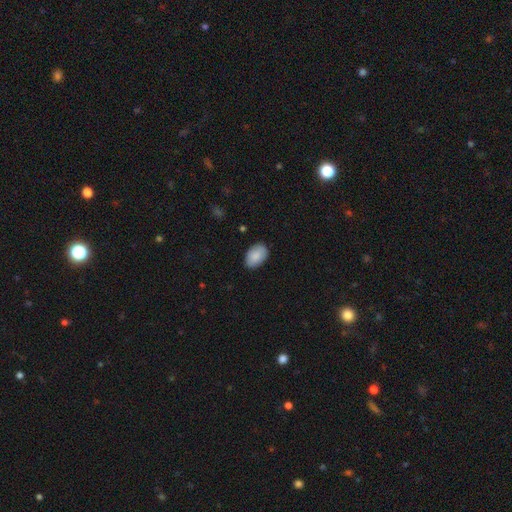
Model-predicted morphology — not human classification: smooth 87%, star or artifact 6%, featured or disk 6%. Down the decision tree: how rounded — in between (88%); merging — none (84%).